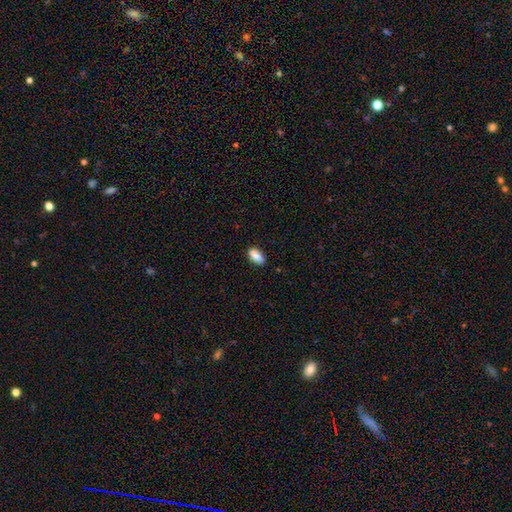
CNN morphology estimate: A smooth galaxy with no disk features (89%) that is in between round and cigar-shaped (85%).

Vote fractions:
- Smooth or featured? smooth: 89% / star or artifact: 8% / featured or disk: 4%
- How rounded? in between: 85% / cigar-shaped: 12% / round: 2%
- Merging? none: 83% / minor disturbance: 13% / major disturbance: 2% / merger: 2%